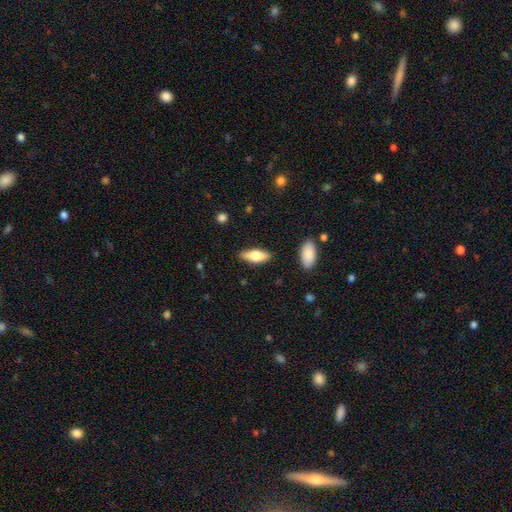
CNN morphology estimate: Smooth or featured? smooth (68%)
How rounded? in between (68%)
Merging? none (85%)